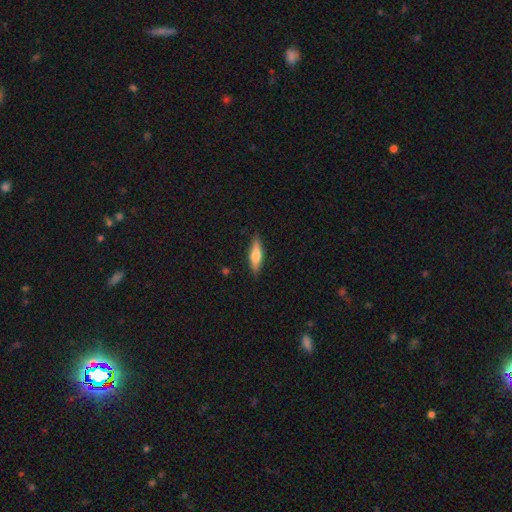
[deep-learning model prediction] smooth 61%, featured or disk 33%, star or artifact 6%. Down the decision tree: how rounded — cigar-shaped (64%); merging — none (87%).